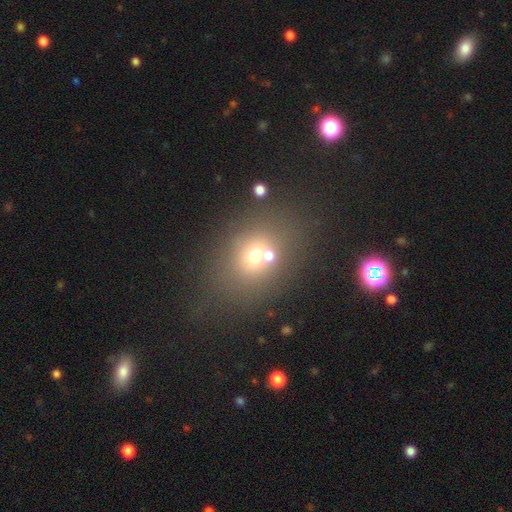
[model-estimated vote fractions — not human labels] smooth_or_featured: smooth (p=0.62) [alt: star or artifact p=0.19]
how_rounded: round (p=0.55) [alt: in between p=0.43]
merging: none (p=0.53) [alt: merger p=0.28]